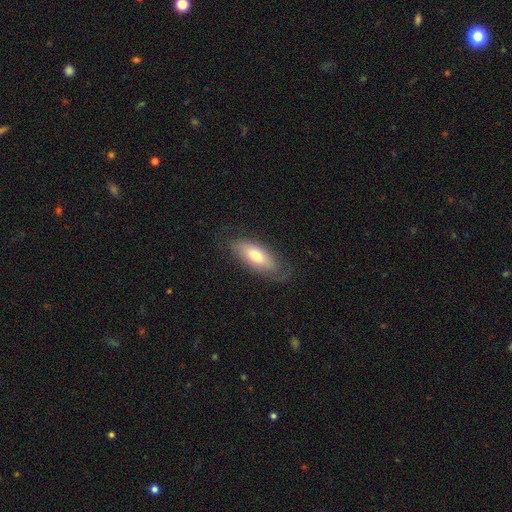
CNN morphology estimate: smooth_or_featured: smooth (p=0.59) [alt: featured or disk p=0.35]
how_rounded: in between (p=0.79) [alt: cigar-shaped p=0.19]
merging: none (p=0.71) [alt: minor disturbance p=0.20]